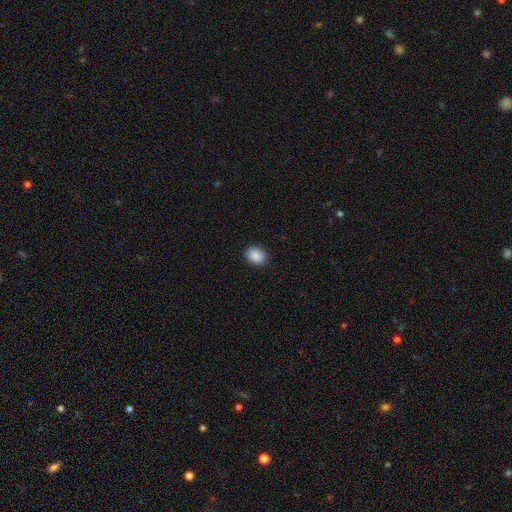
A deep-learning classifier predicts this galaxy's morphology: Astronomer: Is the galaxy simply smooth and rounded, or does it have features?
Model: smooth — 89%.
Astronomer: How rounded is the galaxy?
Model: in between — 55% (runner-up: round, 44%).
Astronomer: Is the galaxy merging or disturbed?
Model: none — 88%.